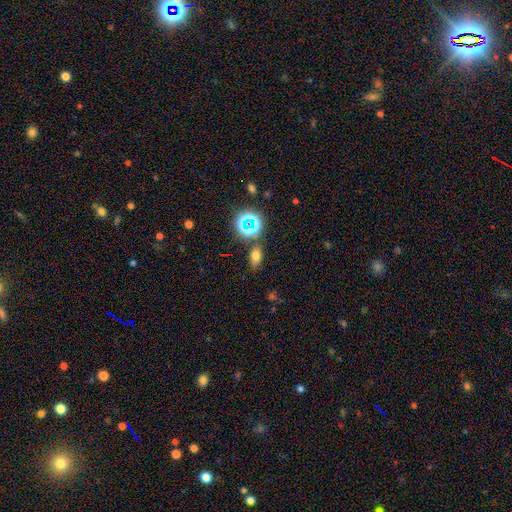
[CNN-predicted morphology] type=smooth (66%); roundness=in between (80%); merging=none (79%).